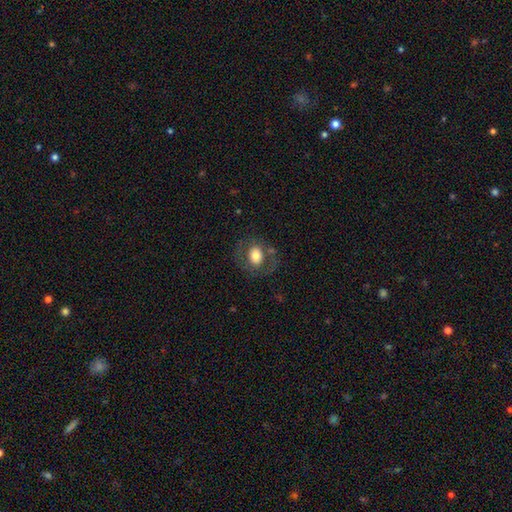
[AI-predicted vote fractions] smooth-or-featured: smooth: 65% | featured or disk: 27% | star or artifact: 8%
  how-rounded: in between: 53% | round: 46% | cigar-shaped: 1%
  merging: none: 67% | minor disturbance: 16% | major disturbance: 12% | merger: 5%